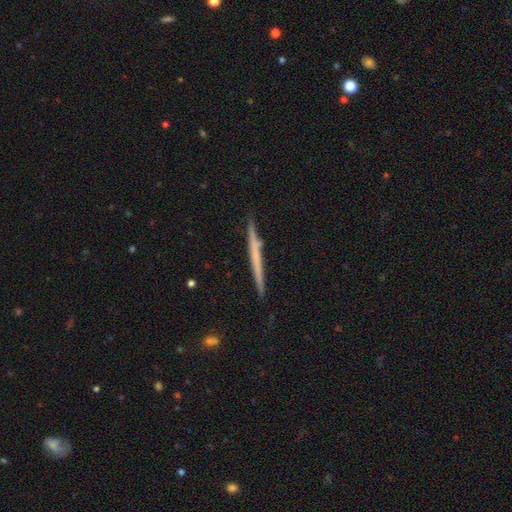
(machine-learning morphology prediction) This appears to be a featured or disk galaxy (55%) viewed edge-on (97%) with no central bulge (87%). Merging: none (89%).